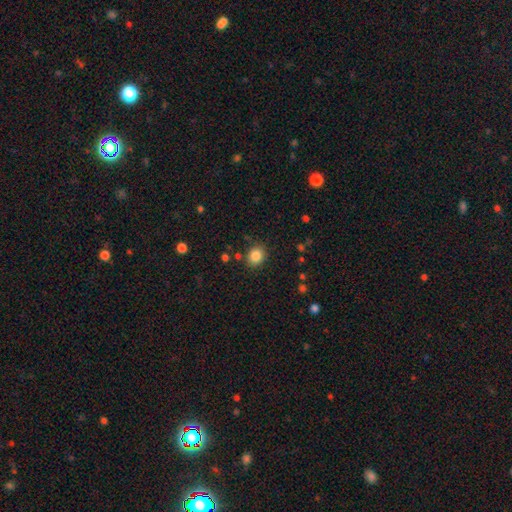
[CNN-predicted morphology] This appears to be a smooth galaxy with no disk features (85%) that is round (62%). Merging: none (85%).